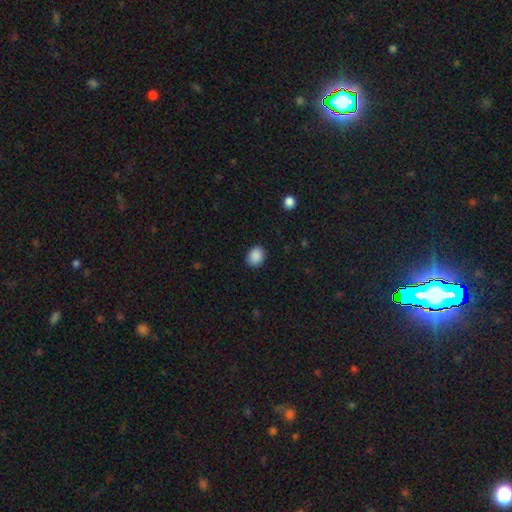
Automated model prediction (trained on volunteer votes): smooth_or_featured: smooth (p=0.89) [alt: star or artifact p=0.08]
how_rounded: round (p=0.52) [alt: in between p=0.48]
merging: none (p=0.86) [alt: minor disturbance p=0.10]